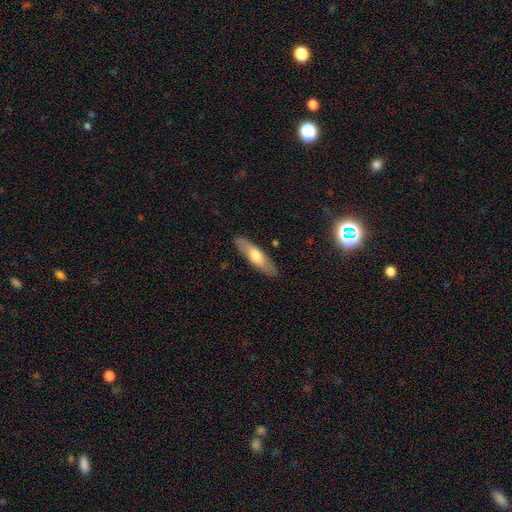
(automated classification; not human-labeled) The model was most divided on "how rounded": cigar-shaped: 59%, in between: 39%, round: 2%. More confident: merging — none (88%); smooth or featured — smooth (59%).